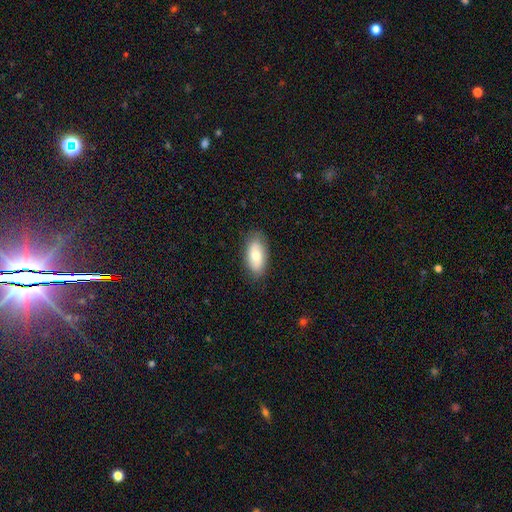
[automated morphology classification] Smooth or featured?
  - smooth: 69% *
  - featured or disk: 25%
  - star or artifact: 6%
How rounded?
  - in between: 91% *
  - cigar-shaped: 5%
  - round: 3%
Merging?
  - none: 84% *
  - minor disturbance: 12%
  - major disturbance: 3%
  - merger: 1%